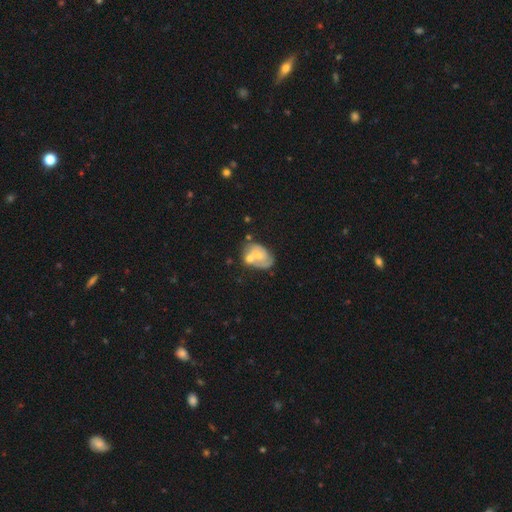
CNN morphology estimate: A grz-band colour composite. It shows a featured or disk galaxy (60%) with no bar (63%), spiral arms (68%) and a small central bulge (50%). Merging: none (36%).